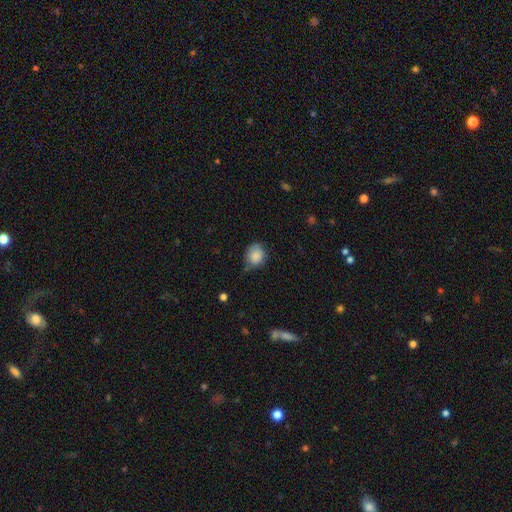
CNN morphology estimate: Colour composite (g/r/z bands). It shows a smooth galaxy with no disk features (82%) that is round (70%). Merging: none (57%).